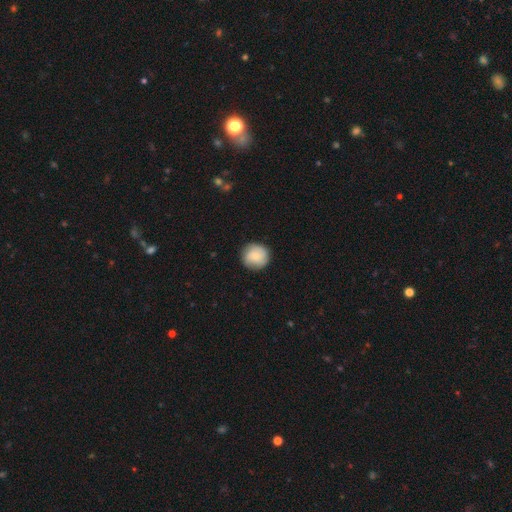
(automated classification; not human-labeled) Smooth or featured? smooth (76%)
How rounded? round (94%)
Merging? none (85%)